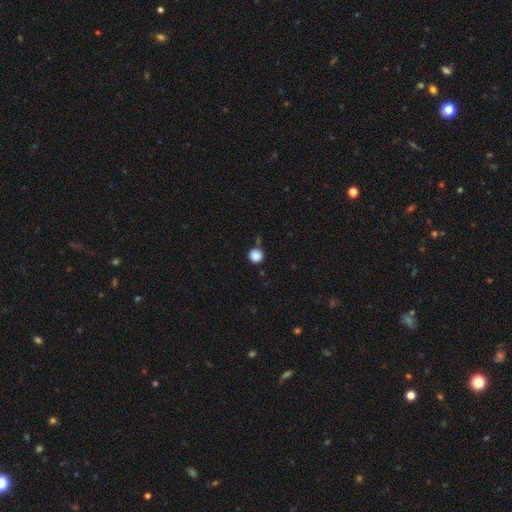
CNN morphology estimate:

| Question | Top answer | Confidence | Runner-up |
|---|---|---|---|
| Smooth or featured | smooth | 87% | star or artifact (10%) |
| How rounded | round | 95% | in between (4%) |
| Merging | none | 81% | minor disturbance (10%) |